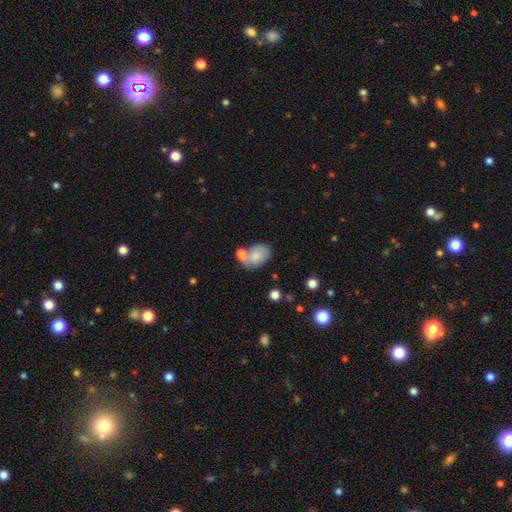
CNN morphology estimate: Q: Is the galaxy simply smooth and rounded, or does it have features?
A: smooth — 75%.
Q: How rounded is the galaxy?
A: in between — 83%.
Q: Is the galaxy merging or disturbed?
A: none — 41%.